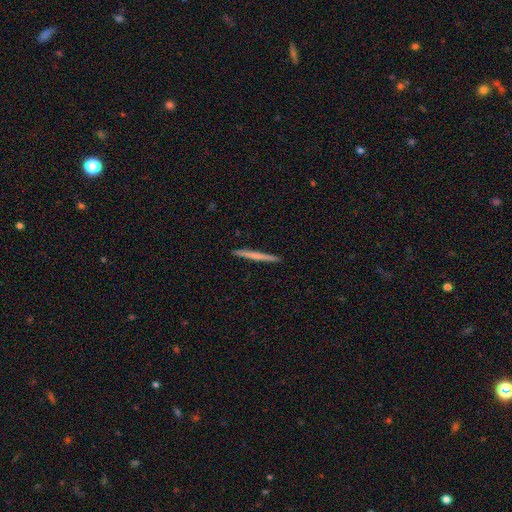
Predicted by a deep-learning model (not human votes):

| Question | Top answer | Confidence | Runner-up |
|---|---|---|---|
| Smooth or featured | smooth | 55% | featured or disk (40%) |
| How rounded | cigar-shaped | 97% | in between (2%) |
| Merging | none | 93% | minor disturbance (5%) |